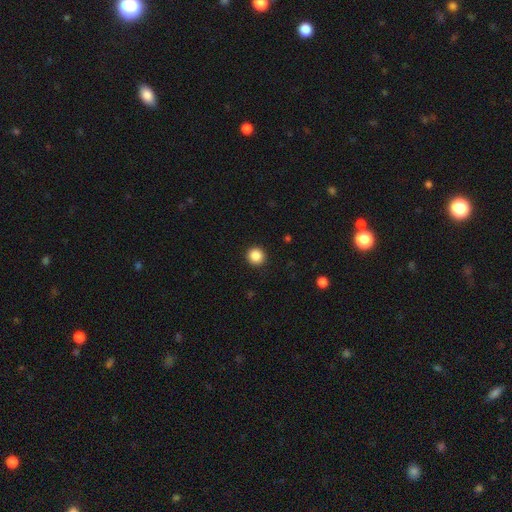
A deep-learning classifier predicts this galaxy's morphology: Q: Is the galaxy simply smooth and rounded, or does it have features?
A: smooth — 87%.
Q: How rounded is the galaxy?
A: round — 95%.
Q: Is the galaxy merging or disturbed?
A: none — 93%.